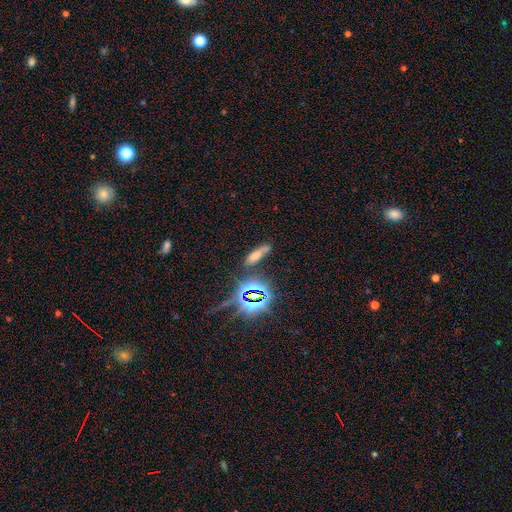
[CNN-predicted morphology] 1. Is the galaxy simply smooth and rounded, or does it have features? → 56% smooth, 30% star or artifact, 14% featured or disk.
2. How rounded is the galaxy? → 49% cigar-shaped, 46% in between, 6% round.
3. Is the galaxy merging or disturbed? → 61% none, 18% minor disturbance, 13% merger, 8% major disturbance.